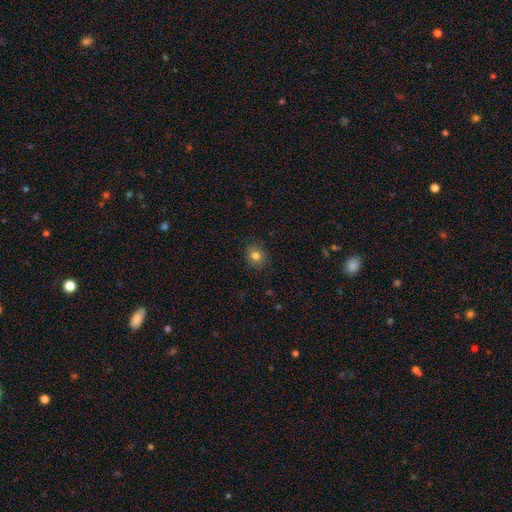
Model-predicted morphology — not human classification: This appears to be a smooth galaxy with no disk features (81%) that is round (74%). Merging: none (88%).